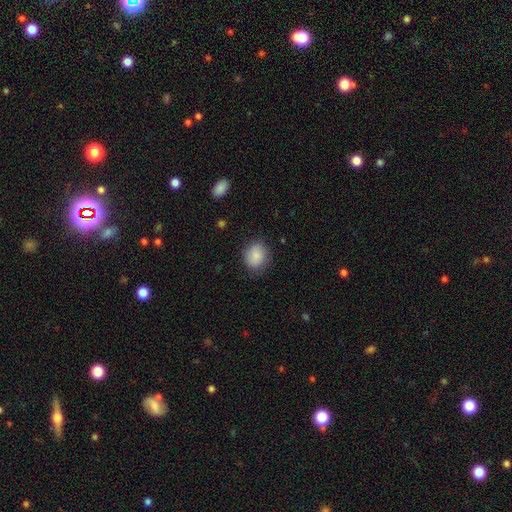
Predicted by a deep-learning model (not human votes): Overall: smooth (87%). How rounded: round (70%). Merging: none (83%).